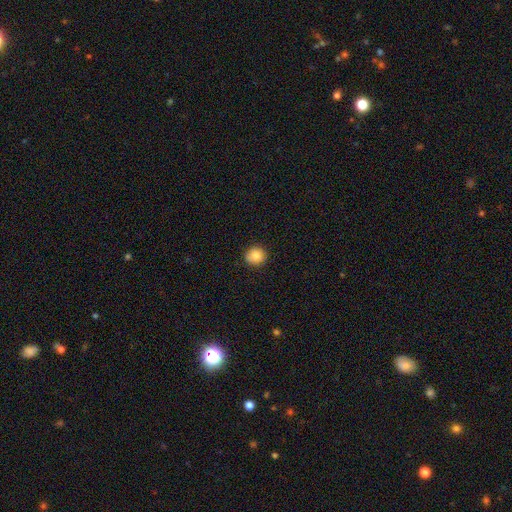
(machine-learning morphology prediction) smooth 84%, star or artifact 9%, featured or disk 6%. Down the decision tree: how rounded — round (89%); merging — none (88%).